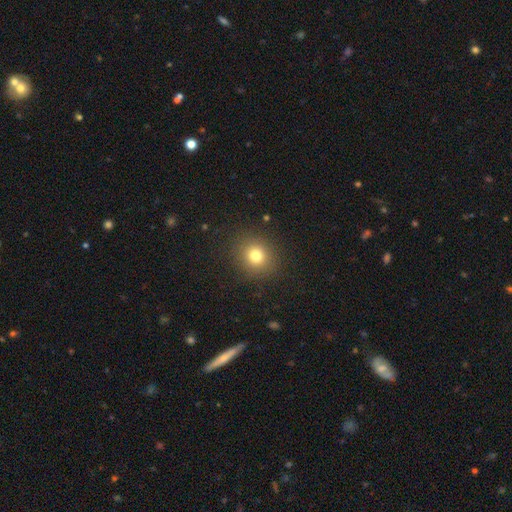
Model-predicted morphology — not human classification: A smooth galaxy with no disk features (77%) that is round (84%). Merging: none (88%).